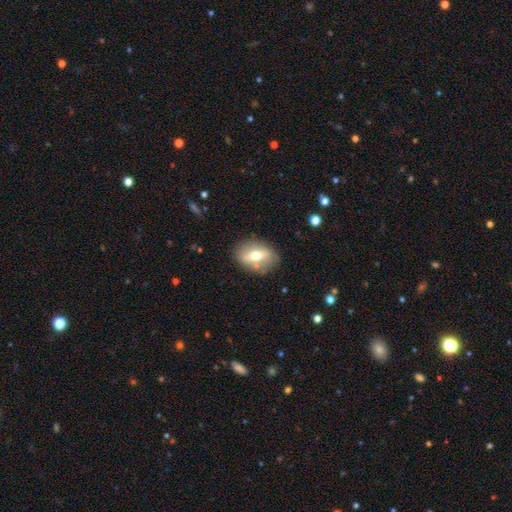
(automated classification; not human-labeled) Smooth or featured?
  - smooth: 49% *
  - featured or disk: 43%
  - star or artifact: 8%
Merging?
  - none: 79% *
  - minor disturbance: 14%
  - major disturbance: 4%
  - merger: 3%